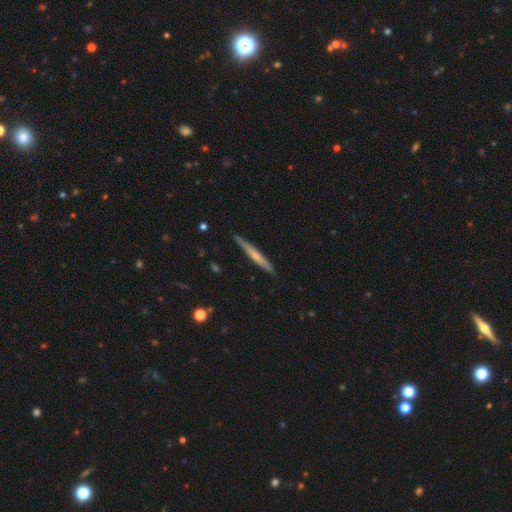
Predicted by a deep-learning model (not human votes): Smooth or featured? featured or disk (51%)
Edge-on disk? yes (97%)
Merging? none (90%)